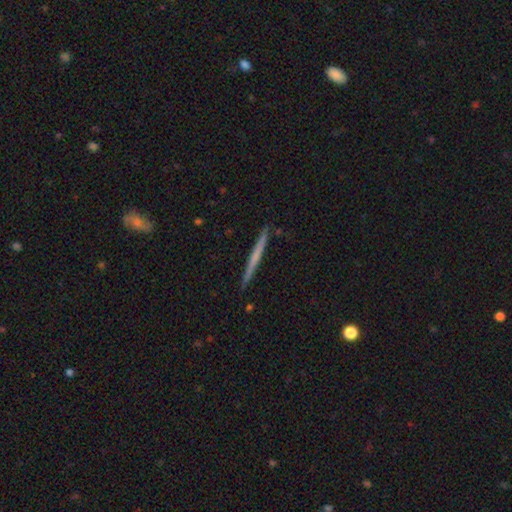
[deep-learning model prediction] featured or disk 50%, smooth 44%, star or artifact 5%. Down the decision tree: edge-on disk — yes (98%); merging — none (92%).